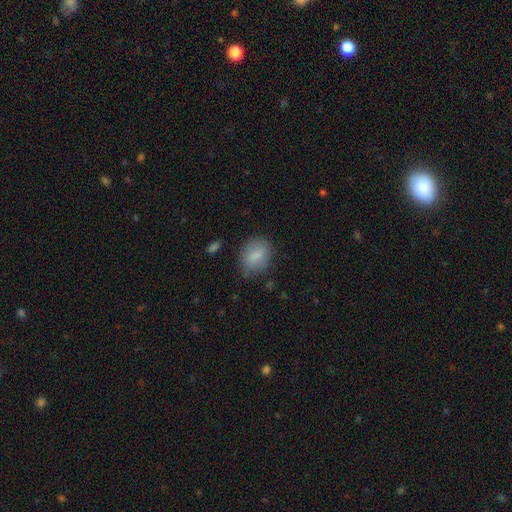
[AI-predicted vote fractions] This is likely a smooth galaxy (79%). How rounded: likely in between (64%). Merging: likely none (75%).